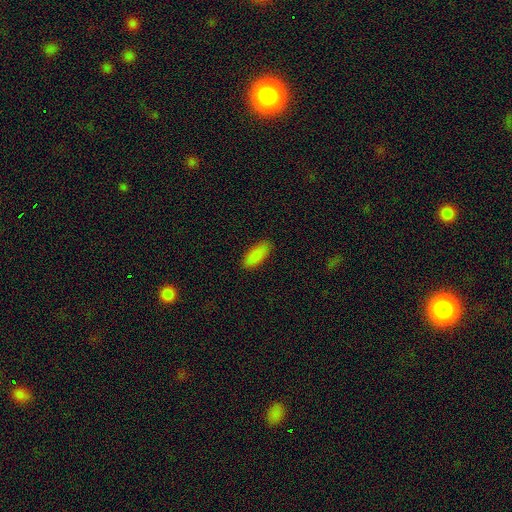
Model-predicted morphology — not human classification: A smooth galaxy with no disk features (88%) that is in between round and cigar-shaped (75%). Merging: none (87%).